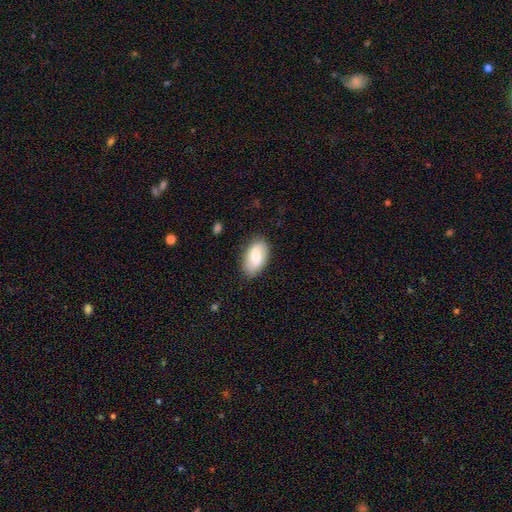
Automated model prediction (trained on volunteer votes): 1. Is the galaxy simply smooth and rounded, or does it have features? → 60% smooth, 34% featured or disk, 7% star or artifact.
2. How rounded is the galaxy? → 93% in between, 5% round, 2% cigar-shaped.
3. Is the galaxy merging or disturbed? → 82% none, 13% minor disturbance, 3% major disturbance, 1% merger.